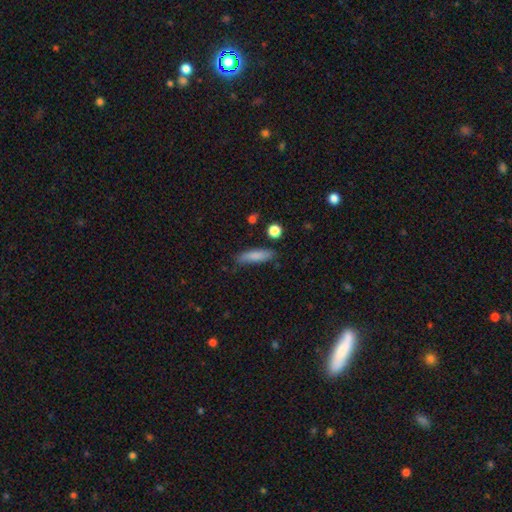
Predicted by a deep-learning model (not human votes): This appears to be a smooth galaxy with no disk features (82%) that is cigar-shaped (66%). Merging: none (78%).